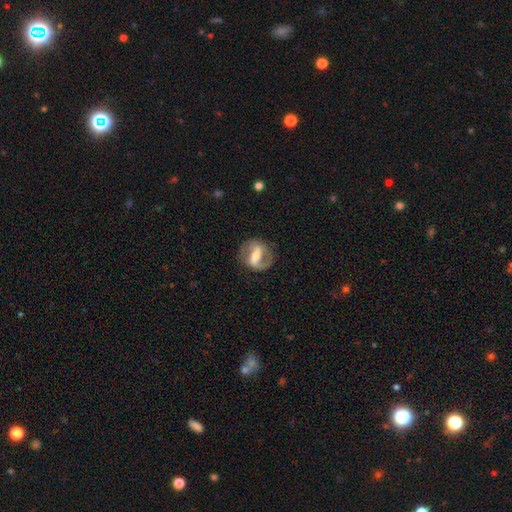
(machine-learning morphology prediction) smooth-or-featured: featured or disk: 76% | smooth: 19% | star or artifact: 6%
  disk-edge-on: no: 95% | yes: 5%
    bar: strong: 60% | weak: 29% | no: 11%
    has-spiral-arms: yes: 81% | no: 19%
      spiral-winding: medium: 48% | loose: 28% | tight: 24%
      spiral-arm-count: 2: 86% | can't tell: 7% | 1: 5% | 3: 1% | 4: 1% | more than 4: 1%
    bulge-size: moderate: 54% | small: 33% | large: 8% | none: 3% | dominant: 1%
  merging: none: 79% | minor disturbance: 13% | major disturbance: 7% | merger: 1%